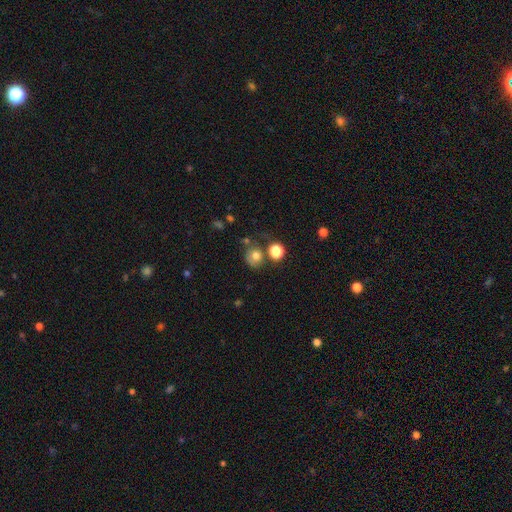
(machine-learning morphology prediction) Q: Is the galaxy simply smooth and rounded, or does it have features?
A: smooth — 74%.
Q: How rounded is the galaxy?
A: round — 81%.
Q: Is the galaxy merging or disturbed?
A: none — 60%.